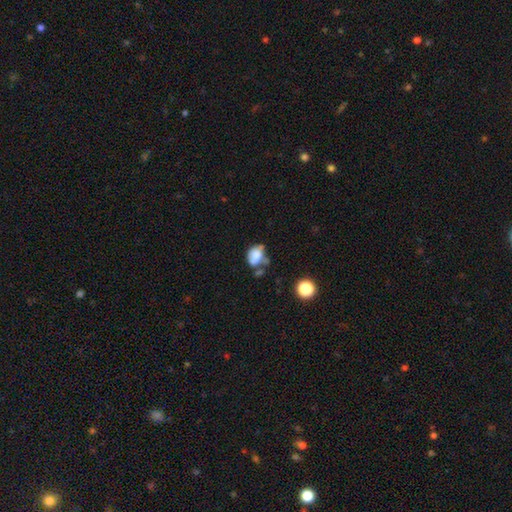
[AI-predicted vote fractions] Smooth or featured: smooth — 70% (featured or disk — 20%)
How rounded: in between — 64% (round — 35%)
Merging: none — 30% (minor disturbance — 27%)